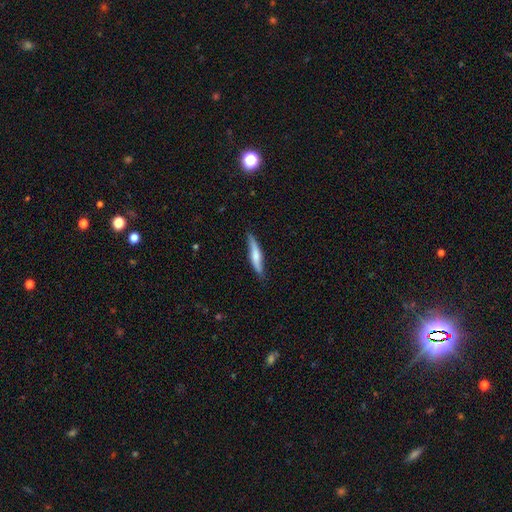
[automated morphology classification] smooth-or-featured: smooth: 58% | featured or disk: 36% | star or artifact: 5%
  how-rounded: cigar-shaped: 88% | in between: 11% | round: 2%
  merging: none: 77% | minor disturbance: 18% | major disturbance: 3% | merger: 1%